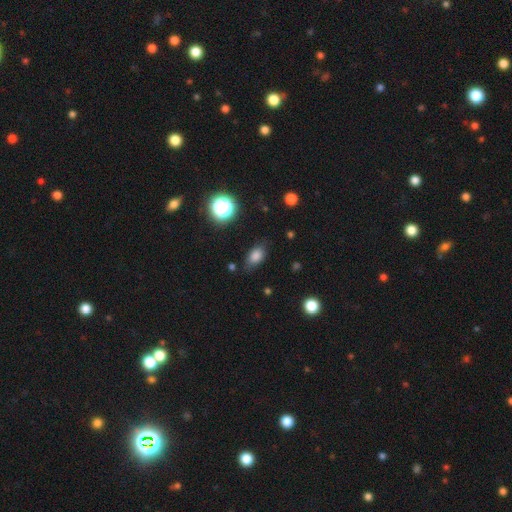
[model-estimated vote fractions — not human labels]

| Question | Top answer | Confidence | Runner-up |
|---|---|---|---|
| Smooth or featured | smooth | 80% | star or artifact (13%) |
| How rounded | in between | 83% | round (15%) |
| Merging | none | 75% | minor disturbance (18%) |